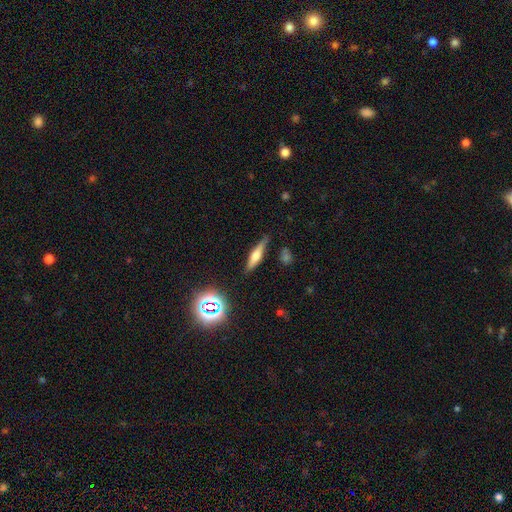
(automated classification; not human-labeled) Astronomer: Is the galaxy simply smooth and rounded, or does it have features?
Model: featured or disk — 44%, tied with smooth at 44%.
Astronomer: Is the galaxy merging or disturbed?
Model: none — 82%.